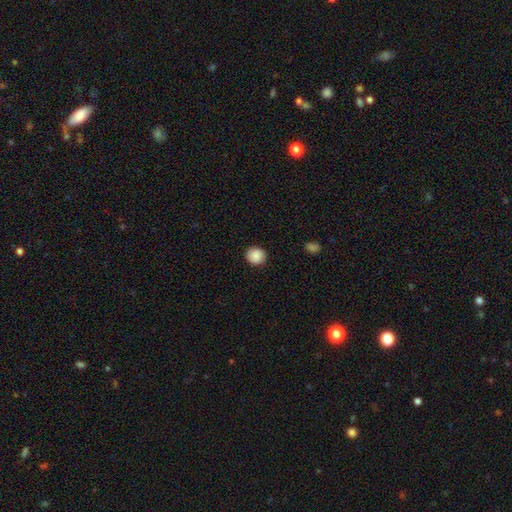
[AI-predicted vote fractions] A smooth galaxy with no disk features (86%) that is round (87%).

Vote fractions:
- Smooth or featured? smooth: 86% / star or artifact: 8% / featured or disk: 6%
- How rounded? round: 87% / in between: 13% / cigar-shaped: 1%
- Merging? none: 88% / minor disturbance: 9% / major disturbance: 2% / merger: 1%